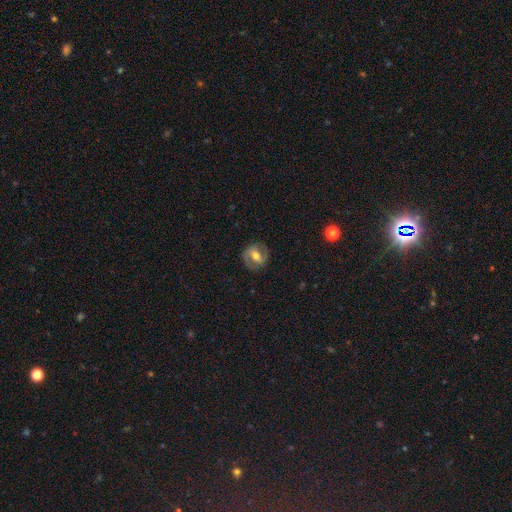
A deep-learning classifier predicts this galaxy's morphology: smooth_or_featured: featured or disk (p=0.58) [alt: smooth p=0.34]
disk_edge_on: no (p=0.94) [alt: yes p=0.06]
bar: strong (p=0.39) [alt: weak p=0.38]
has_spiral_arms: yes (p=0.66) [alt: no p=0.34]
bulge_size: moderate (p=0.67) [alt: small p=0.21]
merging: none (p=0.81) [alt: minor disturbance p=0.13]